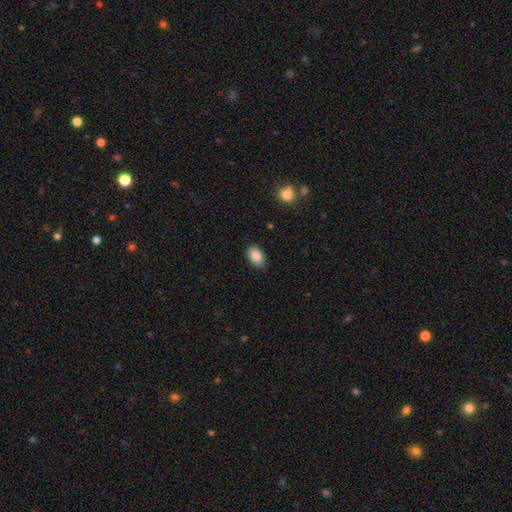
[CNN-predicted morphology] A smooth galaxy with no disk features (86%) that is in between round and cigar-shaped (86%). Merging: none (86%).